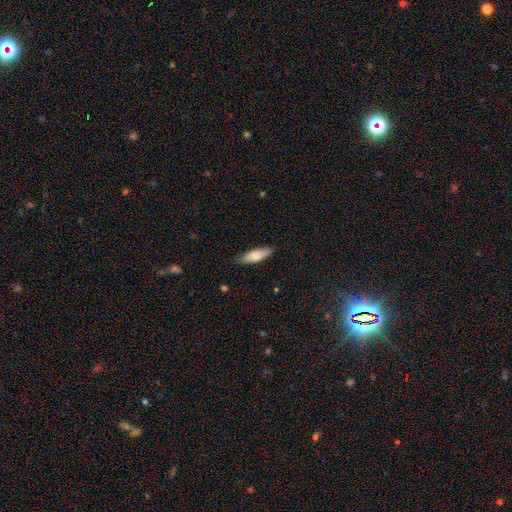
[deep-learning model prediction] Morphology: type=smooth (80%); roundness=in between (57%); merging=none (82%).